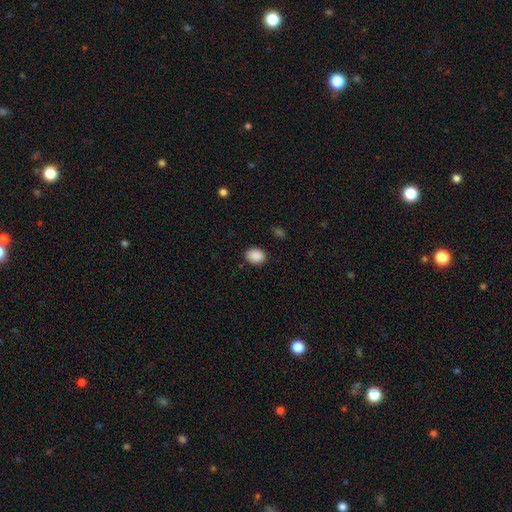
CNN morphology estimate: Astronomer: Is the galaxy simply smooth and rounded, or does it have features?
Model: smooth — 89%.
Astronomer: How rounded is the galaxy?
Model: in between — 61% (runner-up: round, 38%).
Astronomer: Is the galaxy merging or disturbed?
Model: none — 86%.